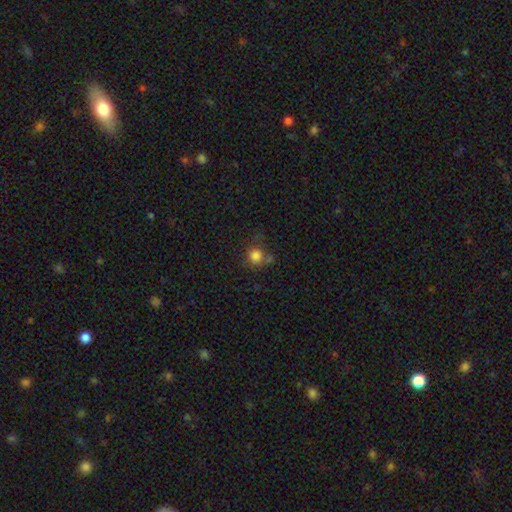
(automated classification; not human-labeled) Smooth or featured?
  - smooth: 80% *
  - star or artifact: 13%
  - featured or disk: 7%
How rounded?
  - round: 87% *
  - in between: 13%
  - cigar-shaped: 1%
Merging?
  - none: 58% *
  - minor disturbance: 19%
  - merger: 13%
  - major disturbance: 10%